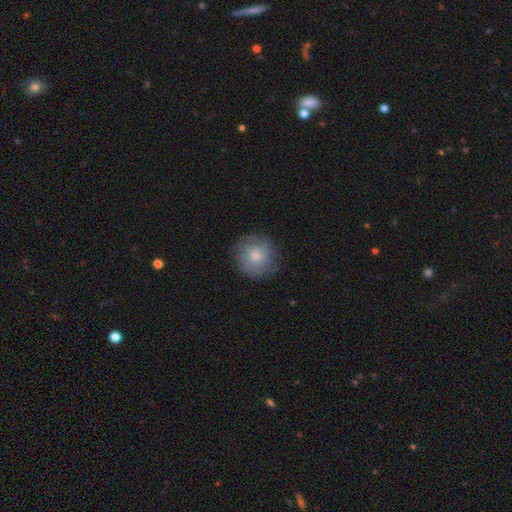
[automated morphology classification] smooth-or-featured: smooth: 69% | featured or disk: 23% | star or artifact: 8%
  how-rounded: round: 94% | in between: 5% | cigar-shaped: 1%
  merging: none: 81% | minor disturbance: 13% | major disturbance: 4% | merger: 1%